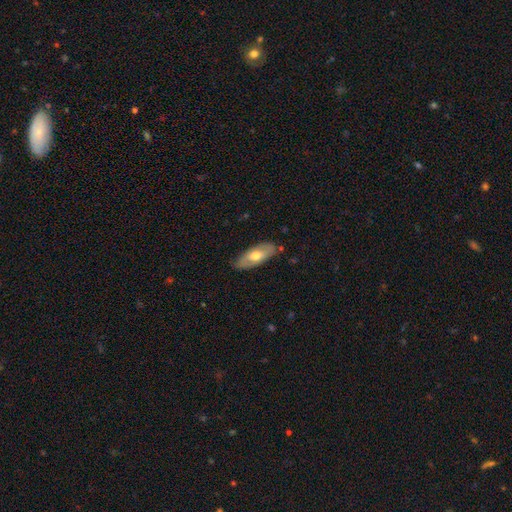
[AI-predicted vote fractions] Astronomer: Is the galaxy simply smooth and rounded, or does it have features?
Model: smooth — 51% (runner-up: featured or disk, 44%).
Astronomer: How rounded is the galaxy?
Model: in between — 83%.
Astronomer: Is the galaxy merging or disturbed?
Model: none — 82%.